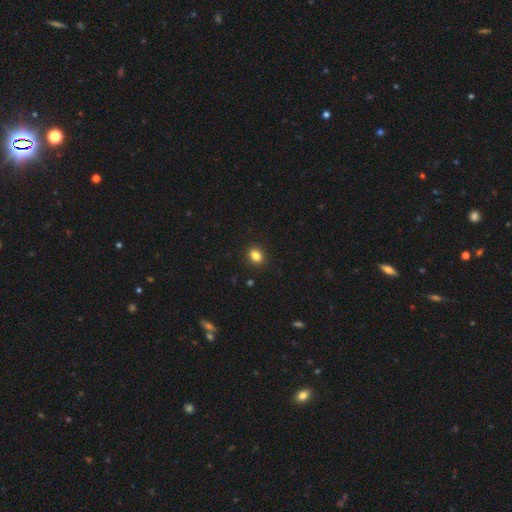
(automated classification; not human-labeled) A smooth galaxy with no disk features (84%) that is in between round and cigar-shaped (64%). Merging: none (90%).